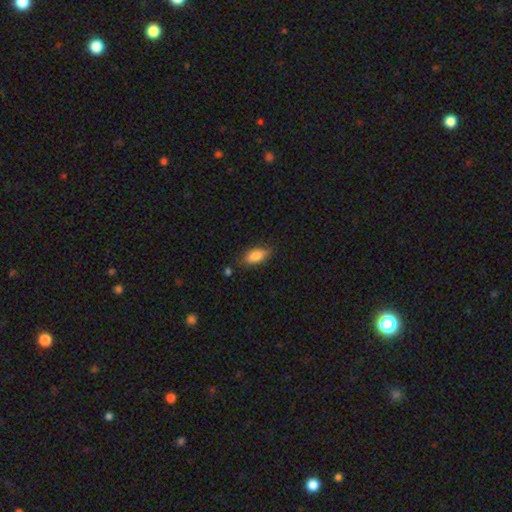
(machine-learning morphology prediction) Smooth or featured: smooth — 83% (featured or disk — 9%)
How rounded: in between — 82% (cigar-shaped — 15%)
Merging: none — 80% (minor disturbance — 14%)